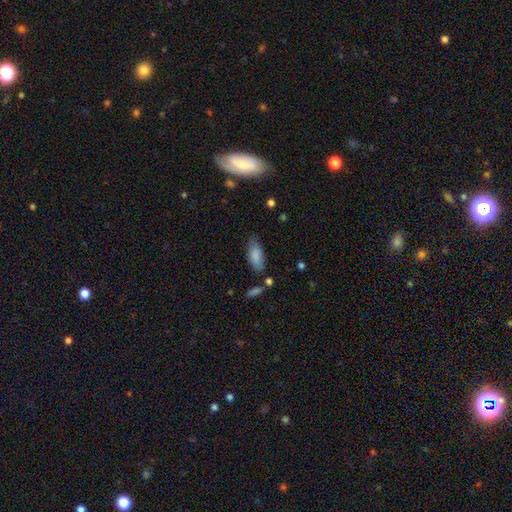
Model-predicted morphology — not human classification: The model was most divided on "merging": none: 66%, minor disturbance: 24%, major disturbance: 5%, merger: 5%. More confident: smooth or featured — smooth (84%); how rounded — in between (81%).